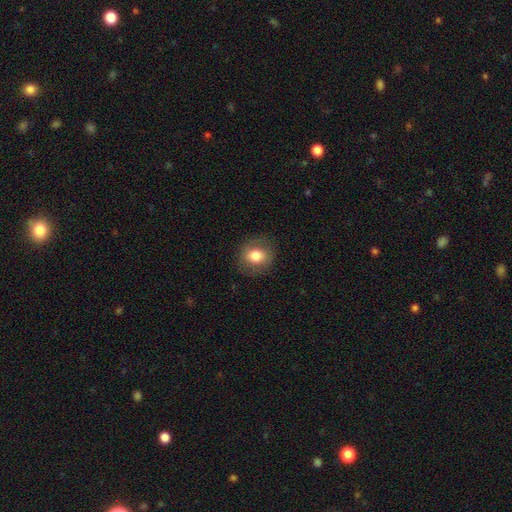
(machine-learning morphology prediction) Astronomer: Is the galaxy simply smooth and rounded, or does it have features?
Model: smooth — 75%.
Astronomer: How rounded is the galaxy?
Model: round — 66%.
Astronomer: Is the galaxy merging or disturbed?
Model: none — 84%.